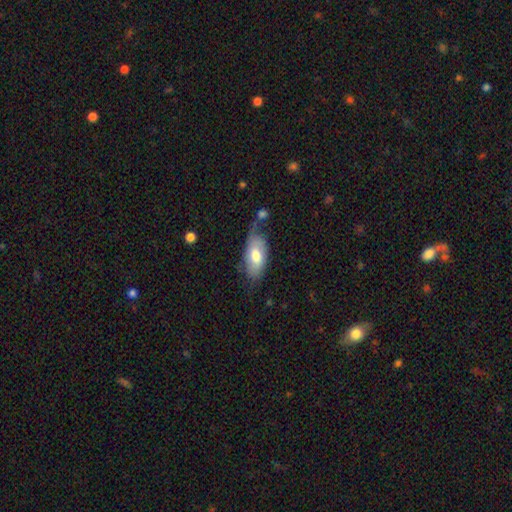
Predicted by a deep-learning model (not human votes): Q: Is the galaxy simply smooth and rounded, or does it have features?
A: smooth — 67%.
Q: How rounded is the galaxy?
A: in between — 90%.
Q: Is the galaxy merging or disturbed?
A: none — 47%.